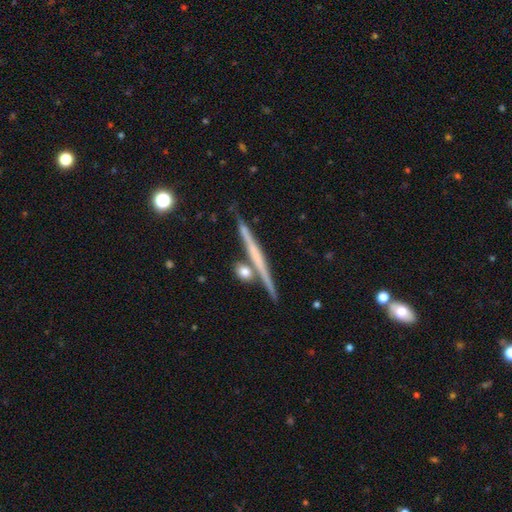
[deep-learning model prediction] This appears to be a featured or disk galaxy (63%) viewed edge-on (97%) with no central bulge (78%). Merging: none (82%).